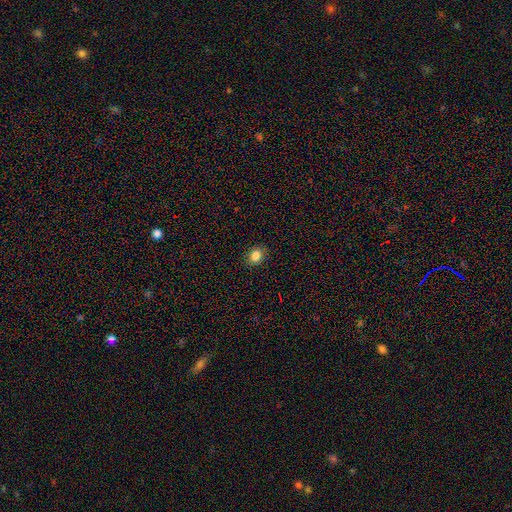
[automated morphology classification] Smooth or featured? smooth (85%)
How rounded? in between (52%)
Merging? none (87%)